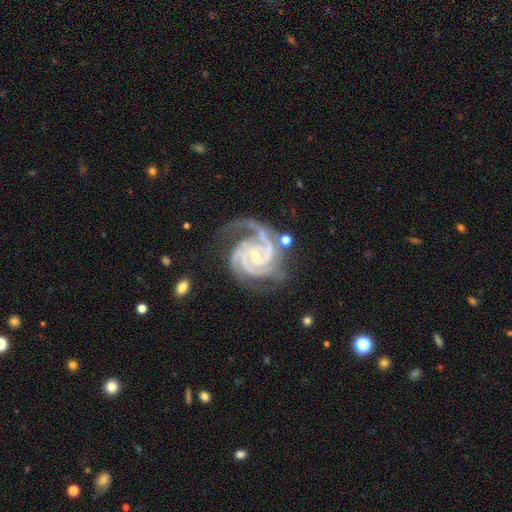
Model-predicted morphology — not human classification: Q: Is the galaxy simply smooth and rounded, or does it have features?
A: featured or disk — 94%.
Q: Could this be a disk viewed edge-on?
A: no — 98%.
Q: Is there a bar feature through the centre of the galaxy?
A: no — 44%.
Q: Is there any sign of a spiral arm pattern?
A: yes — 99%.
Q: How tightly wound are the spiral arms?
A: tight — 63%.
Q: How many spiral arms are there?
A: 3 — 50%.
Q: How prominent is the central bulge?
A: small — 72%.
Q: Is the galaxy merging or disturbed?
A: none — 61%.